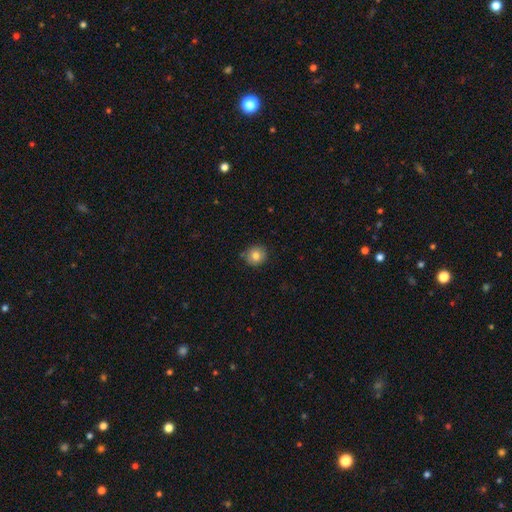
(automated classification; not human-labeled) This appears to be a smooth galaxy with no disk features (80%) that is round (90%). Merging: none (84%).